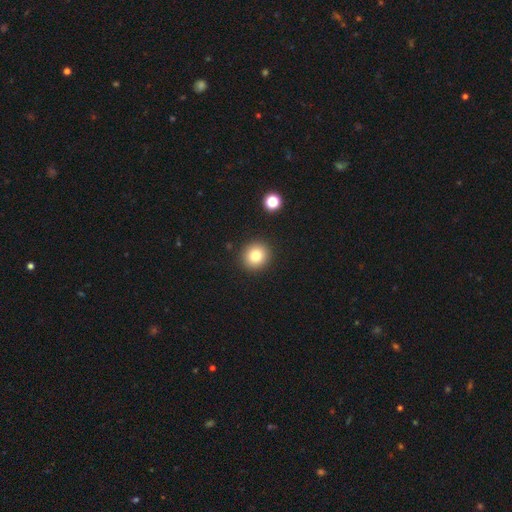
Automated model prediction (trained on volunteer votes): The model was most divided on "smooth or featured": smooth: 80%, star or artifact: 11%, featured or disk: 8%. More confident: merging — none (90%); how rounded — round (88%).